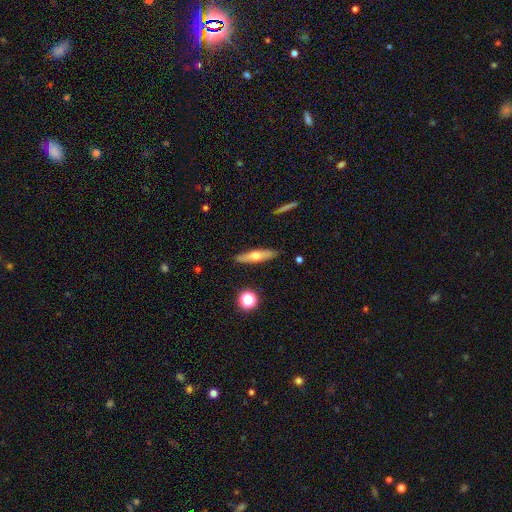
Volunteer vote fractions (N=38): Smooth or featured? smooth (61%)
How rounded? in between (52%)
Merging? none (84%)